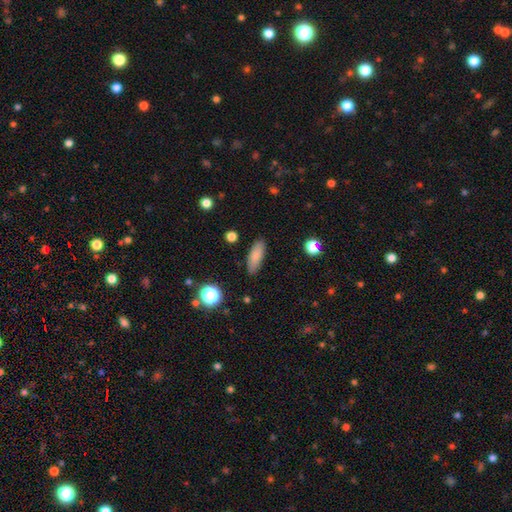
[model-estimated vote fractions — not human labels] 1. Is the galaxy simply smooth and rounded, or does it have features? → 82% smooth, 10% featured or disk, 8% star or artifact.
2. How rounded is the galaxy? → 60% in between, 37% cigar-shaped, 3% round.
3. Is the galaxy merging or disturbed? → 87% none, 9% minor disturbance, 2% major disturbance, 2% merger.